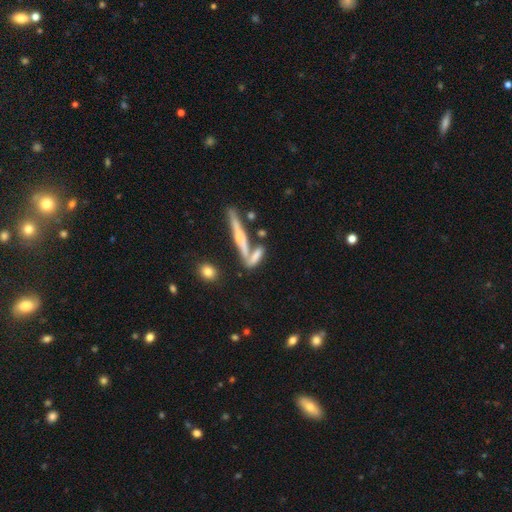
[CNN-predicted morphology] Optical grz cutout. It shows a smooth galaxy with no disk features (56%) that is cigar-shaped (65%). Merging: none (47%).